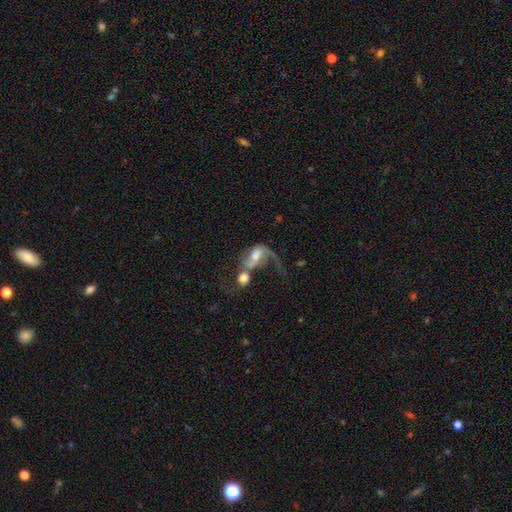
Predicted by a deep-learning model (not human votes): Smooth or featured: featured or disk — 60% (smooth — 31%)
Edge-on disk: no — 95% (yes — 5%)
Bar: no — 45% (weak — 38%)
Spiral arms: yes — 79% (no — 21%)
Bulge size: moderate — 47% (small — 21%)
Merging: merger — 61% (major disturbance — 20%)